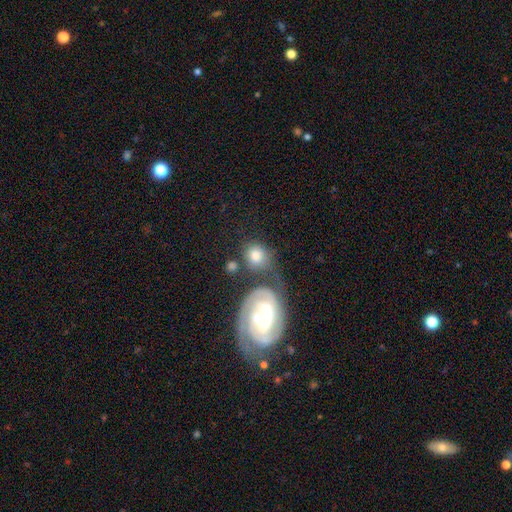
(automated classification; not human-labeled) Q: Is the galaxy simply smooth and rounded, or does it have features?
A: smooth — 71%.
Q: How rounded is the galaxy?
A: round — 74%.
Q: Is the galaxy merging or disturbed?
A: none — 50%.